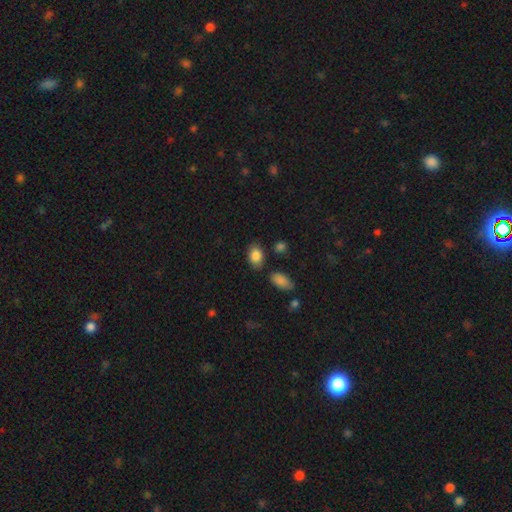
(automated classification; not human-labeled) The model was most divided on "merging": none: 78%, minor disturbance: 13%, merger: 5%, major disturbance: 3%. More confident: smooth or featured — smooth (86%); how rounded — in between (84%).